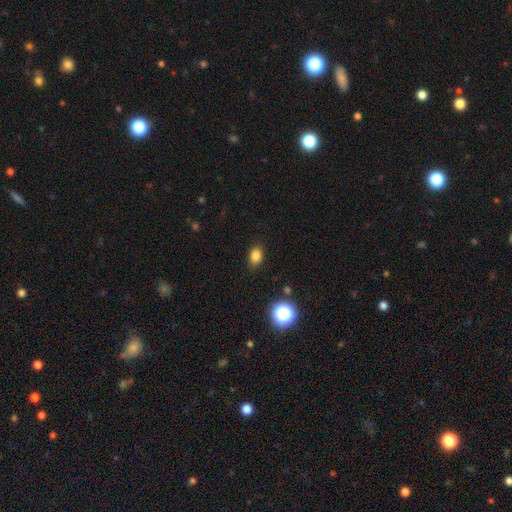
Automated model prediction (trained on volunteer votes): smooth 81%, star or artifact 13%, featured or disk 6%. Down the decision tree: how rounded — in between (68%); merging — none (86%).